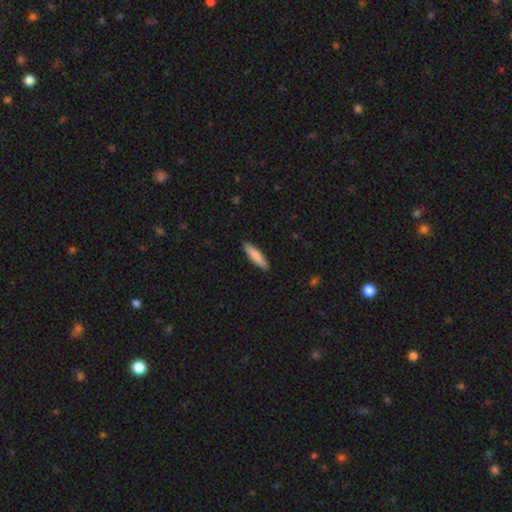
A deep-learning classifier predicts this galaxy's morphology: This is clearly a smooth galaxy (83%). How rounded: likely cigar-shaped (78%). Merging: clearly none (91%).